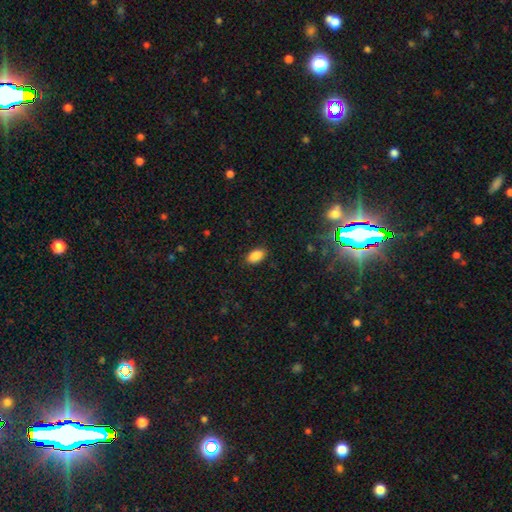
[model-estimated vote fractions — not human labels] This appears to be a smooth galaxy with no disk features (88%) that is in between round and cigar-shaped (93%). Merging: none (88%).